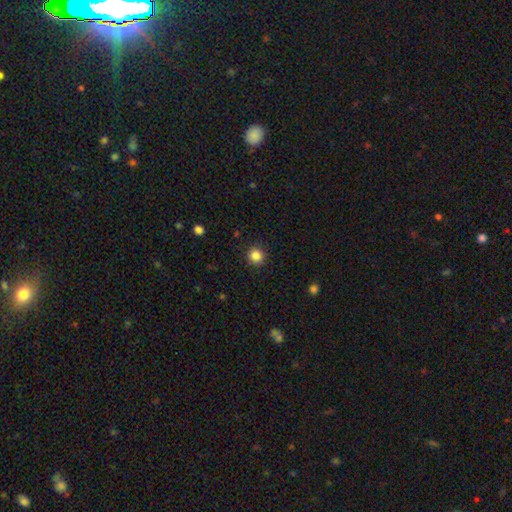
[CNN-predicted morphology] Smooth or featured? smooth (85%)
How rounded? round (93%)
Merging? none (91%)